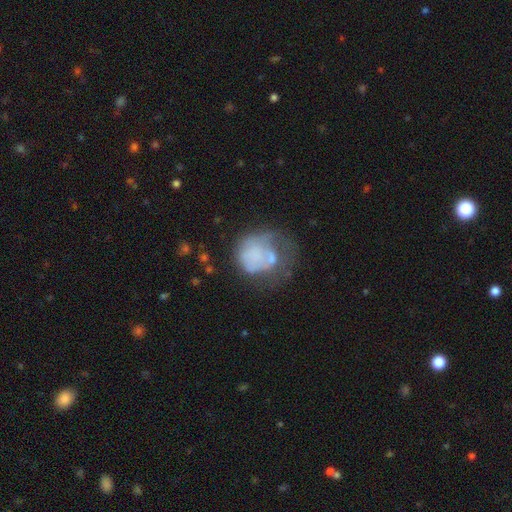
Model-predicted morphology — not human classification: This appears to be a smooth galaxy with no disk features (49%). Merging: major disturbance (41%).